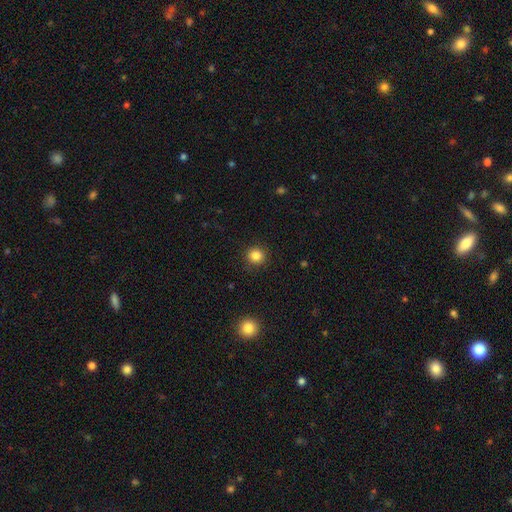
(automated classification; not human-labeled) Smooth or featured: smooth — 84% (star or artifact — 11%)
How rounded: round — 92% (in between — 7%)
Merging: none — 91% (minor disturbance — 6%)